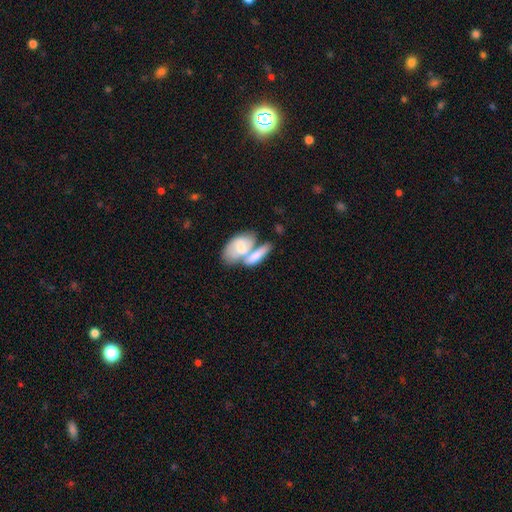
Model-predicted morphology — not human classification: type=smooth (59%); roundness=in between (80%); merging=merger (64%).